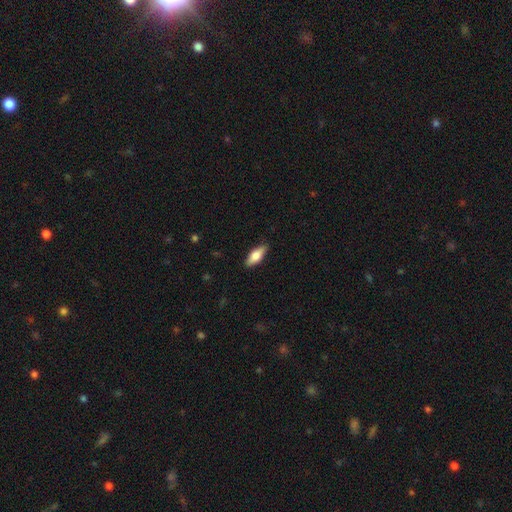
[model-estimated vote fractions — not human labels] Smooth or featured?
  - smooth: 65% *
  - featured or disk: 29%
  - star or artifact: 6%
How rounded?
  - in between: 68% *
  - cigar-shaped: 29%
  - round: 3%
Merging?
  - none: 87% *
  - minor disturbance: 10%
  - major disturbance: 2%
  - merger: 1%